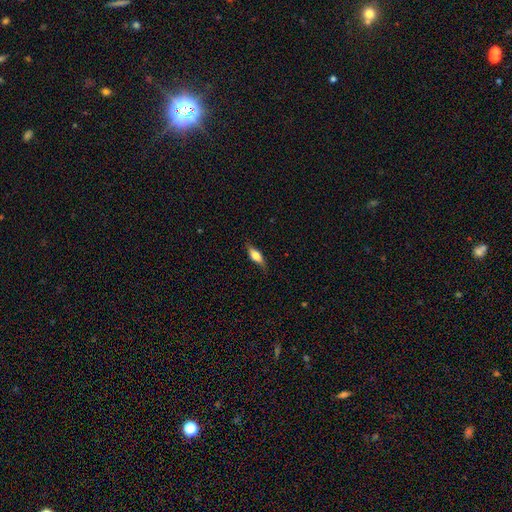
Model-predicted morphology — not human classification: Smooth or featured: smooth — 65% (featured or disk — 28%)
How rounded: in between — 67% (cigar-shaped — 30%)
Merging: none — 75% (minor disturbance — 20%)